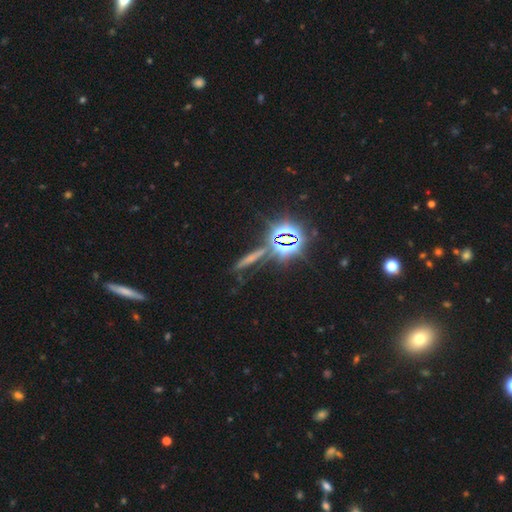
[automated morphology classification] Overall: star or artifact (63%).